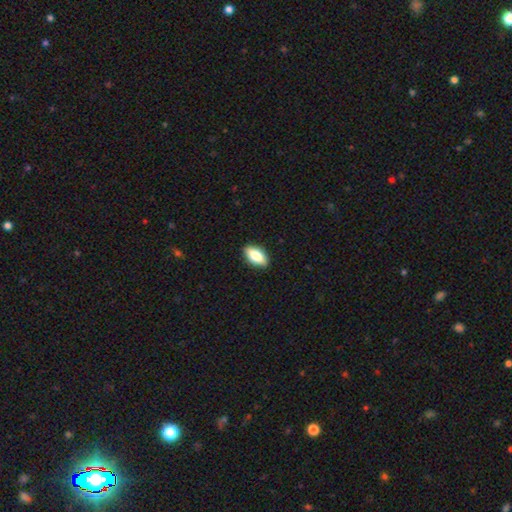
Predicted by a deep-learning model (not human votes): This appears to be a smooth galaxy with no disk features (78%) that is in between round and cigar-shaped (90%). Merging: none (89%).